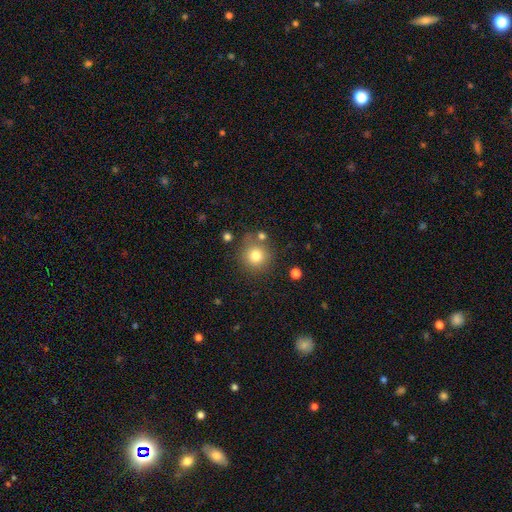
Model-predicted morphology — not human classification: The model was most divided on "merging": none: 76%, minor disturbance: 11%, merger: 8%, major disturbance: 4%. More confident: how rounded — round (92%); smooth or featured — smooth (79%).